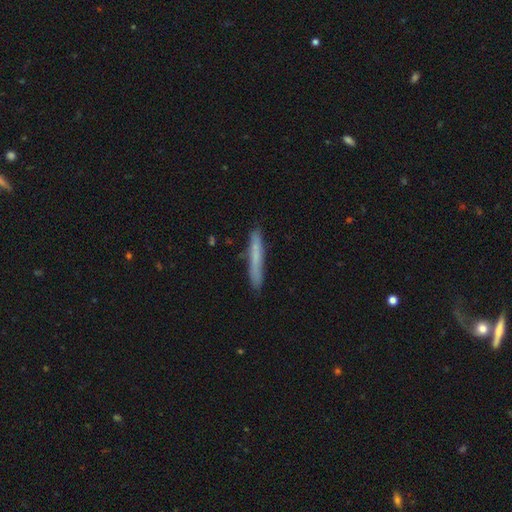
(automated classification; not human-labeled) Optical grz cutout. It shows a smooth galaxy with no disk features (65%) that is cigar-shaped (96%). Merging: none (87%).